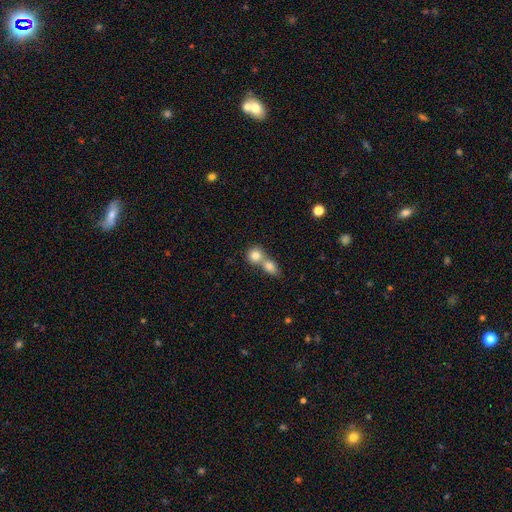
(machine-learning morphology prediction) This is clearly a smooth galaxy (80%). How rounded: likely round (78%). Merging: likely merger (61%).